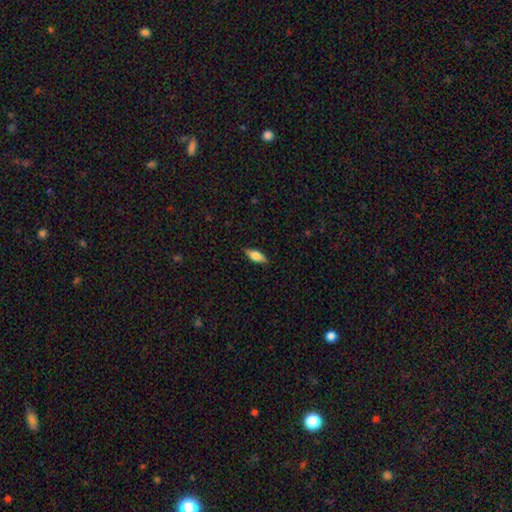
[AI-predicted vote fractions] The model was most divided on "smooth or featured": smooth: 65%, featured or disk: 29%, star or artifact: 7%. More confident: merging — none (86%); how rounded — in between (72%).